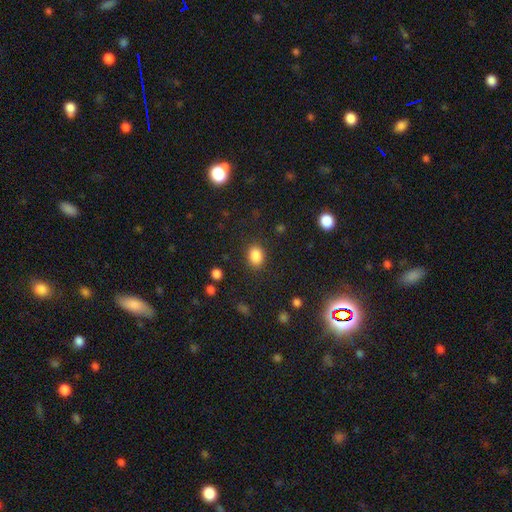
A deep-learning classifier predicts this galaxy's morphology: Smooth or featured? Predicted: smooth (p=0.86). How rounded? Predicted: in between (p=0.61). Merging? Predicted: none (p=0.85).